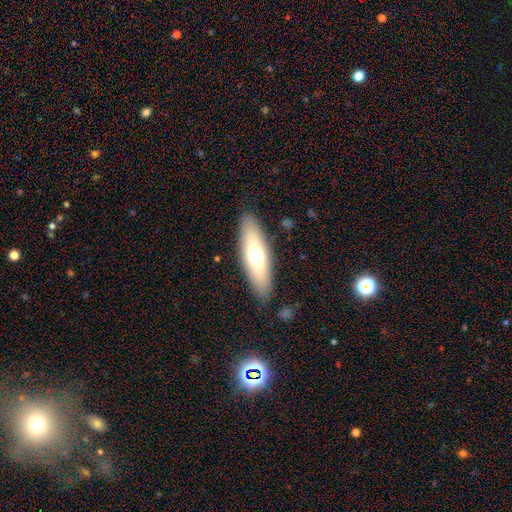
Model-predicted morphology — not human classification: smooth-or-featured: smooth: 61% | featured or disk: 32% | star or artifact: 6%
  how-rounded: cigar-shaped: 52% | in between: 46% | round: 2%
  merging: none: 87% | minor disturbance: 9% | major disturbance: 3% | merger: 1%